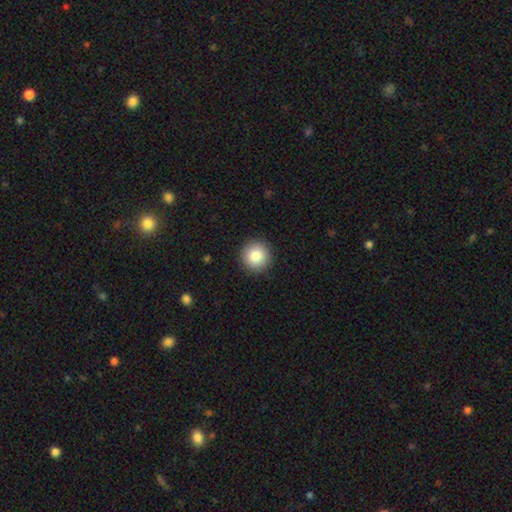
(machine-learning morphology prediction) A smooth galaxy with no disk features (85%) that is round (95%). Merging: none (92%).